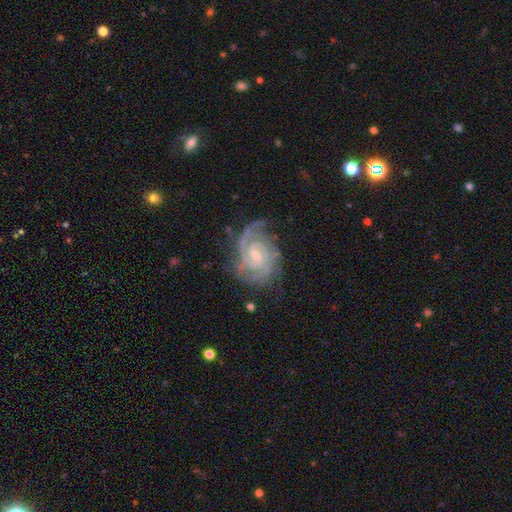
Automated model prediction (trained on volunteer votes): Smooth or featured?
  - featured or disk: 92% *
  - star or artifact: 5%
  - smooth: 4%
Edge-on disk?
  - no: 98% *
  - yes: 2%
Bar?
  - weak: 53% *
  - no: 33%
  - strong: 14%
Spiral arms?
  - yes: 99% *
  - no: 1%
Spiral winding?
  - tight: 74% *
  - medium: 24%
  - loose: 3%
Spiral arm count?
  - 2: 53% *
  - 3: 20%
  - can't tell: 11%
  - 4: 7%
  - more than 4: 4%
  - 1: 4%
Bulge size?
  - small: 61% *
  - moderate: 32%
  - none: 5%
  - large: 1%
  - dominant: 1%
Merging?
  - none: 72% *
  - minor disturbance: 20%
  - major disturbance: 7%
  - merger: 2%